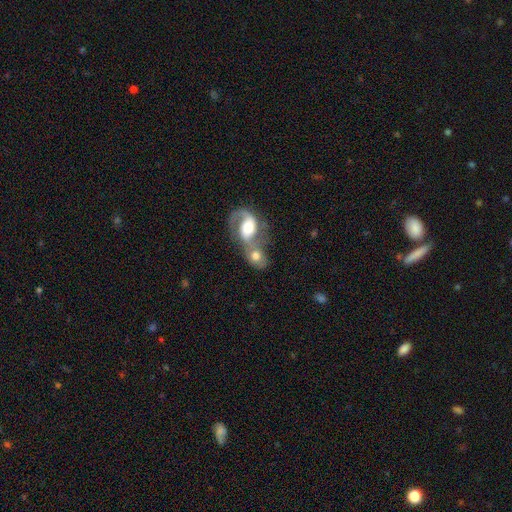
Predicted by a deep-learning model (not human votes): Smooth or featured?
  - featured or disk: 50% *
  - smooth: 43%
  - star or artifact: 7%
Edge-on disk?
  - no: 95% *
  - yes: 5%
Merging?
  - merger: 74% *
  - none: 14%
  - major disturbance: 7%
  - minor disturbance: 5%